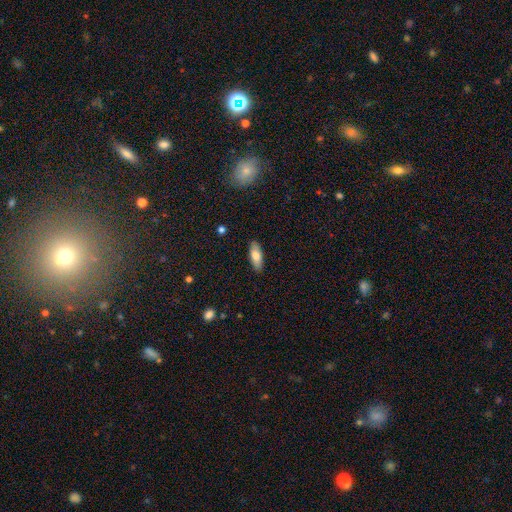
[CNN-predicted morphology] A smooth galaxy with no disk features (77%) that is in between round and cigar-shaped (73%). Merging: none (88%).